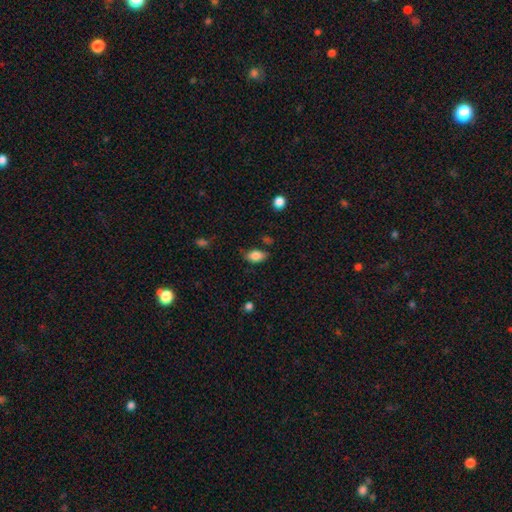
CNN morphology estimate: Smooth or featured: smooth — 83% (featured or disk — 9%)
How rounded: in between — 88% (round — 9%)
Merging: none — 71% (minor disturbance — 22%)